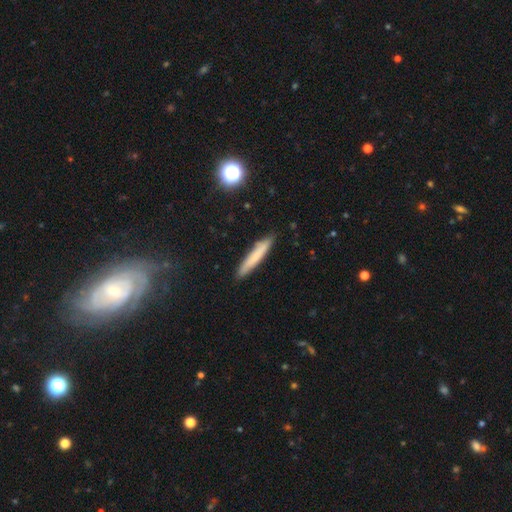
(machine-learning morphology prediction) smooth_or_featured: smooth (p=0.70) [alt: featured or disk p=0.22]
how_rounded: cigar-shaped (p=0.94) [alt: in between p=0.05]
merging: none (p=0.88) [alt: minor disturbance p=0.09]